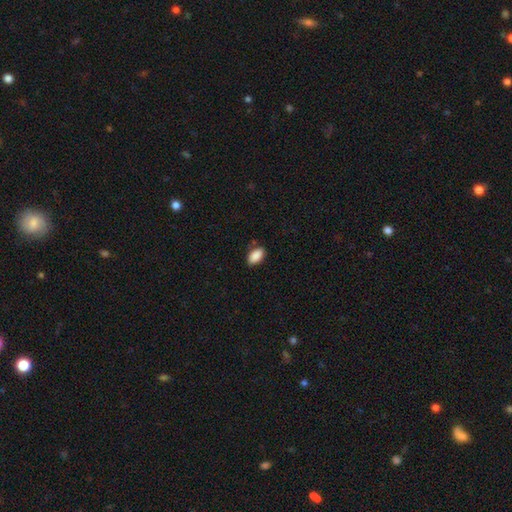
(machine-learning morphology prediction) smooth 89%, star or artifact 7%, featured or disk 3%. Down the decision tree: how rounded — in between (93%); merging — none (80%).